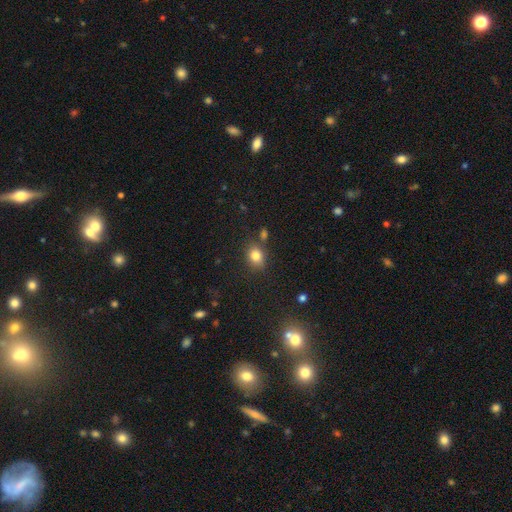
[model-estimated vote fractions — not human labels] Smooth or featured? Predicted: smooth (p=0.80). How rounded? Predicted: in between (p=0.51). Merging? Predicted: none (p=0.73).